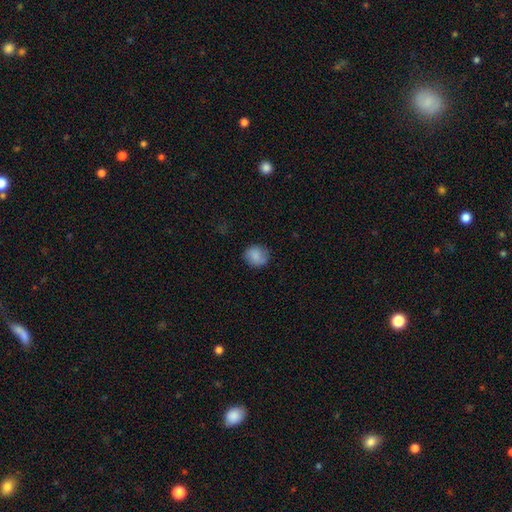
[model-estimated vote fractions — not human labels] This appears to be a smooth galaxy with no disk features (83%) that is round (81%). Merging: none (80%).